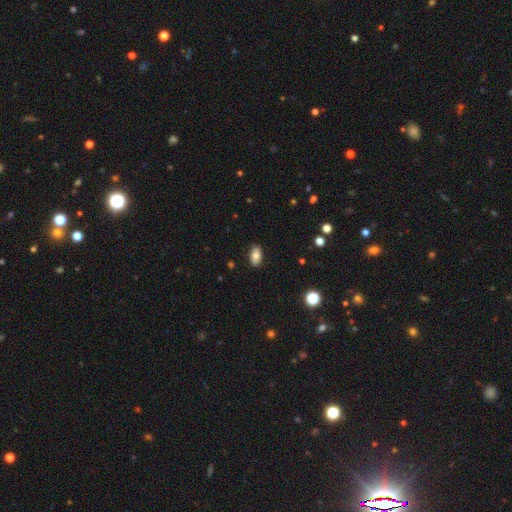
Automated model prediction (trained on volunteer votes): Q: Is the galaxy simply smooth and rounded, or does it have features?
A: smooth — 79%.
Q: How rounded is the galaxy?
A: in between — 92%.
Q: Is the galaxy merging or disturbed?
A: none — 88%.